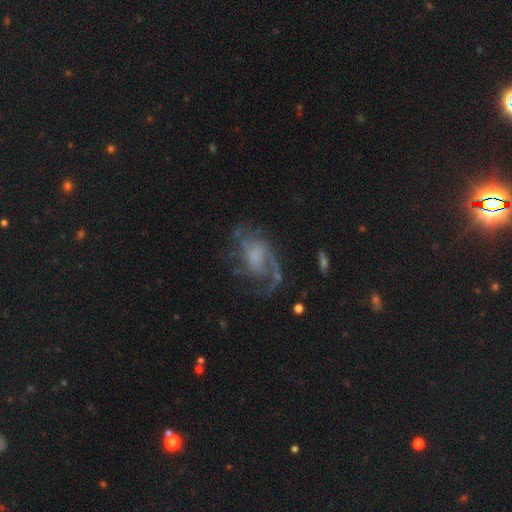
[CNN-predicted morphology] This appears to be a featured or disk galaxy (80%) with no bar (60%), 1 (39%) medium (44%) spiral arms (88%) and no central bulge (34%). Merging: none (48%).